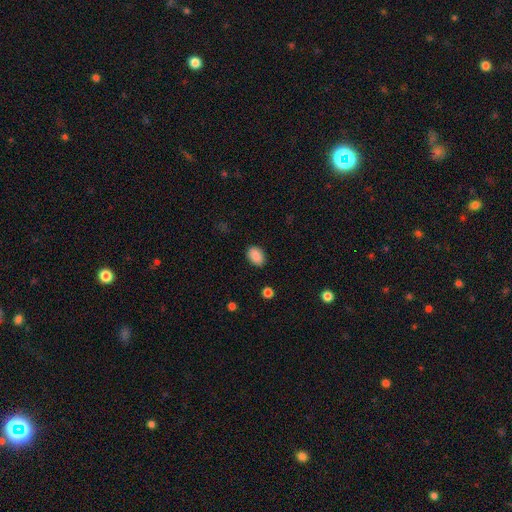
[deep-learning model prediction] Smooth or featured? Predicted: smooth (p=0.89). How rounded? Predicted: in between (p=0.82). Merging? Predicted: none (p=0.86).